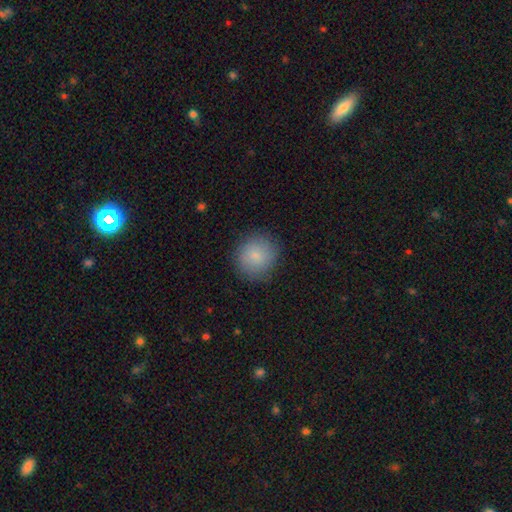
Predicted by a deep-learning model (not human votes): The model was most divided on "merging": none: 85%, minor disturbance: 11%, major disturbance: 3%, merger: 1%. More confident: how rounded — round (89%); smooth or featured — smooth (85%).